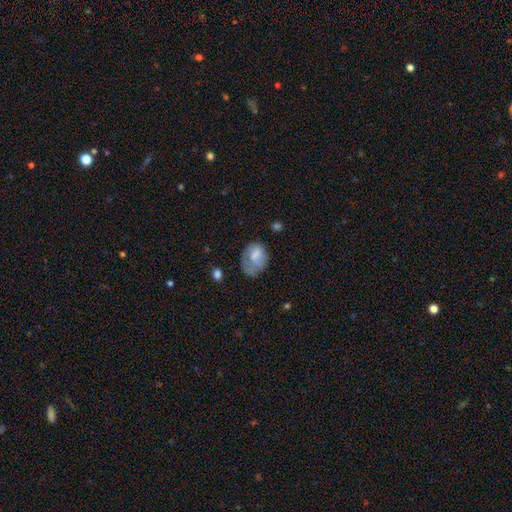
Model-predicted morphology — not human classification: This is likely a smooth galaxy (71%). How rounded: likely in between (64%). Merging: marginally none (37%).